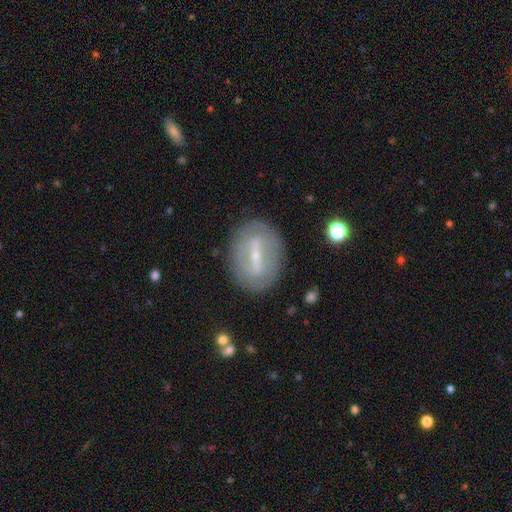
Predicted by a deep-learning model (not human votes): Overall: featured or disk (70%). Edge-on disk: no (82%). Bar: strong (69%). Spiral arms: no (69%; yes 31%). Bulge size: small (70%). Merging: none (84%).